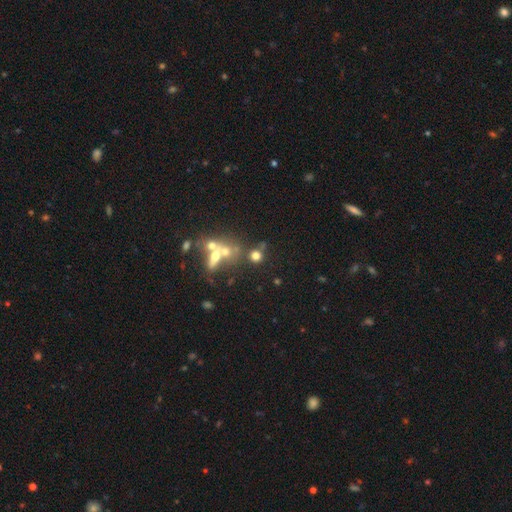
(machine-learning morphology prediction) smooth_or_featured: smooth (p=0.64) [alt: star or artifact p=0.20]
how_rounded: round (p=0.82) [alt: in between p=0.15]
merging: none (p=0.51) [alt: merger p=0.32]